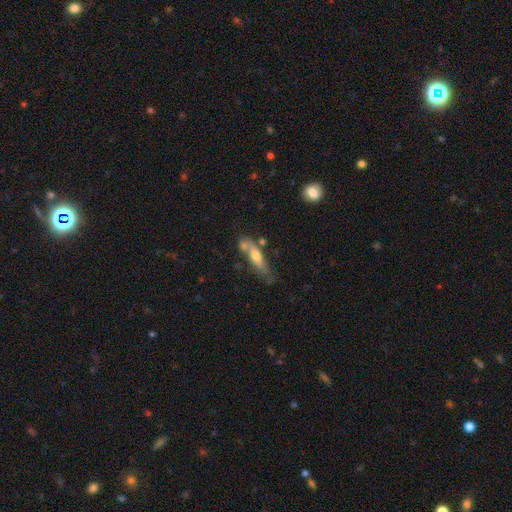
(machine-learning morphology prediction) Smooth or featured?
  - smooth: 48% *
  - featured or disk: 45%
  - star or artifact: 7%
Merging?
  - none: 51% *
  - minor disturbance: 24%
  - merger: 16%
  - major disturbance: 9%